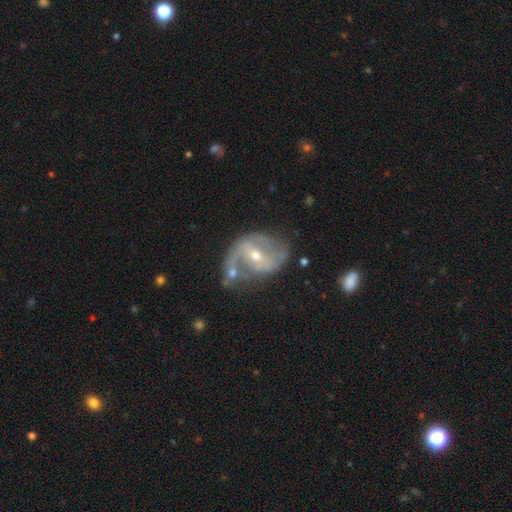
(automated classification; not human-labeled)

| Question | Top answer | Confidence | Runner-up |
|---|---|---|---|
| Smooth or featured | featured or disk | 85% | smooth (9%) |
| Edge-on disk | no | 97% | yes (3%) |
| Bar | strong | 40% | weak (39%) |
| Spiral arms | yes | 90% | no (10%) |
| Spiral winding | medium | 45% | loose (38%) |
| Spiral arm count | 2 | 82% | can't tell (7%) |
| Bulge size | small | 53% | moderate (44%) |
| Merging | none | 48% | minor disturbance (22%) |